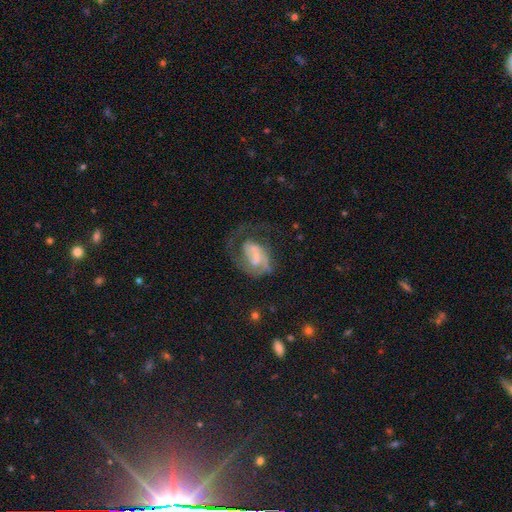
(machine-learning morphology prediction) This is likely a featured or disk galaxy (67%). It is clearly not viewed edge-on (98%). Bar: possibly no (56%). Spiral arm pattern: likely yes (76%). Central bulge: marginally small (38%). Merging: possibly major disturbance (51%).